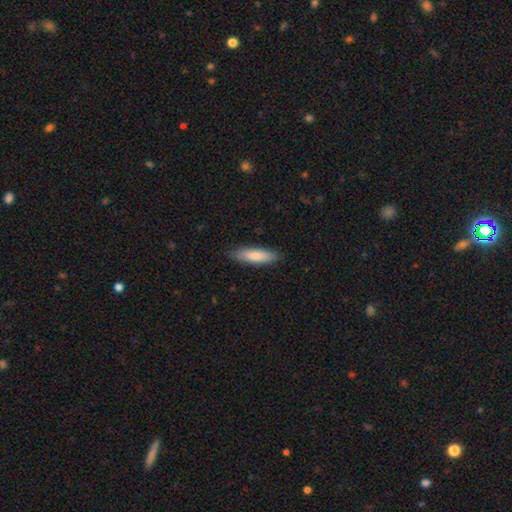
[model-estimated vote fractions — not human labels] A smooth galaxy with no disk features (84%) that is cigar-shaped (61%). Merging: none (86%).